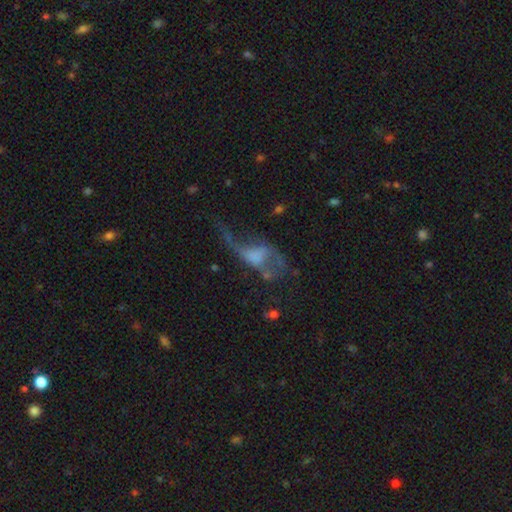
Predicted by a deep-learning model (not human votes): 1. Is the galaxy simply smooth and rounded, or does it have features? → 58% featured or disk, 30% smooth, 12% star or artifact.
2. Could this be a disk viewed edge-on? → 93% no, 7% yes.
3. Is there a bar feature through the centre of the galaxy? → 70% no, 24% weak, 7% strong.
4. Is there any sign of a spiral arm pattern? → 54% yes, 46% no.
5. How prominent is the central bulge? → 47% none, 19% moderate, 17% small, 13% large, 4% dominant.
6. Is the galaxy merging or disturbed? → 56% major disturbance, 20% none, 14% minor disturbance, 10% merger.